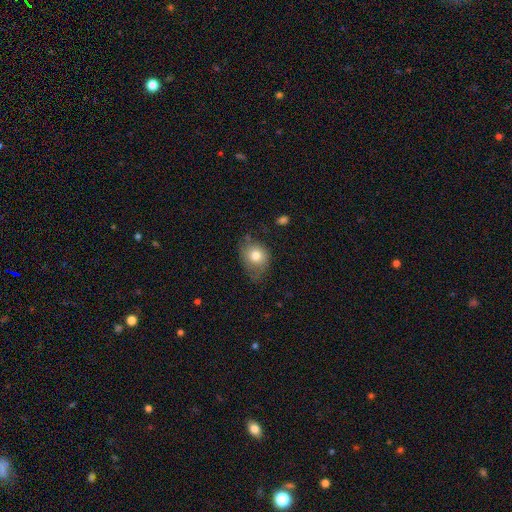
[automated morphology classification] A smooth galaxy with no disk features (75%) that is round (55%).

Vote fractions:
- Smooth or featured? smooth: 75% / featured or disk: 15% / star or artifact: 9%
- How rounded? round: 55% / in between: 44% / cigar-shaped: 1%
- Merging? none: 48% / minor disturbance: 36% / major disturbance: 14% / merger: 2%